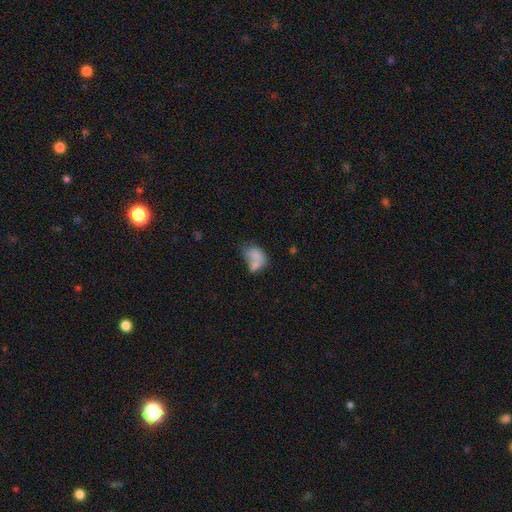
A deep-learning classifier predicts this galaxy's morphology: This is likely a smooth galaxy (72%). How rounded: likely in between (75%). Merging: possibly merger (53%).